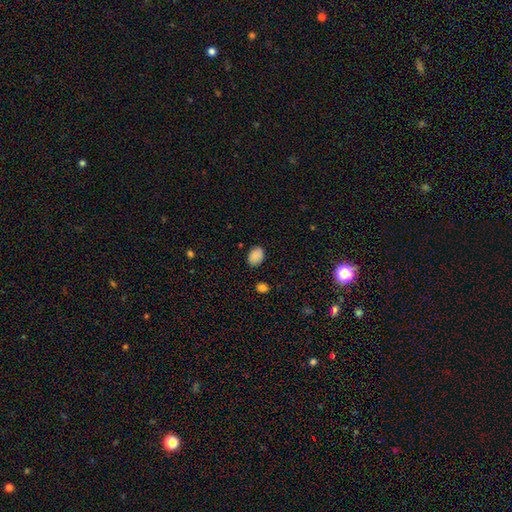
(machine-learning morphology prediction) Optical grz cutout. It shows a smooth galaxy with no disk features (87%) that is in between round and cigar-shaped (73%). Merging: none (81%).